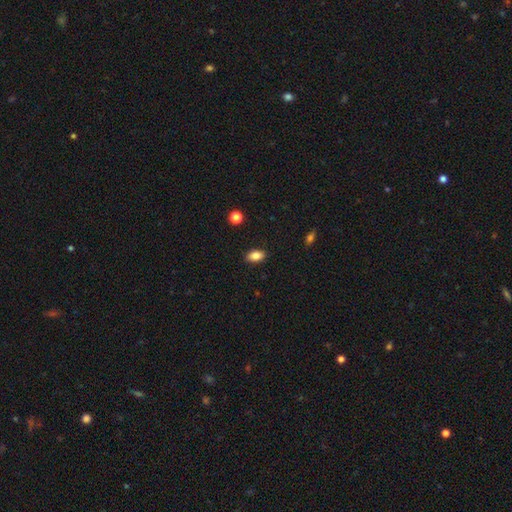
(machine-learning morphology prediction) This appears to be a smooth galaxy with no disk features (84%) that is in between round and cigar-shaped (89%). Merging: none (88%).